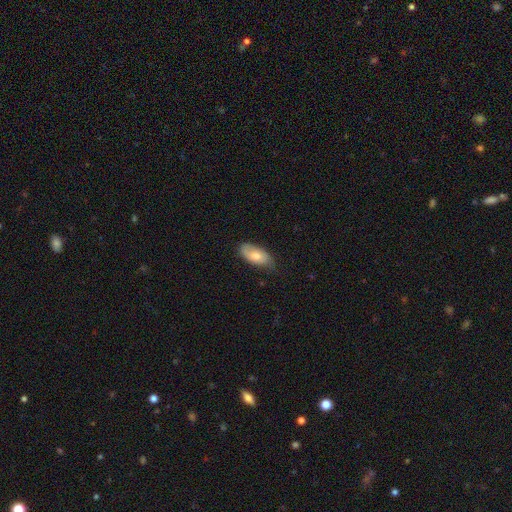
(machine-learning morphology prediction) A smooth galaxy with no disk features (73%) that is in between round and cigar-shaped (91%). Merging: none (68%).